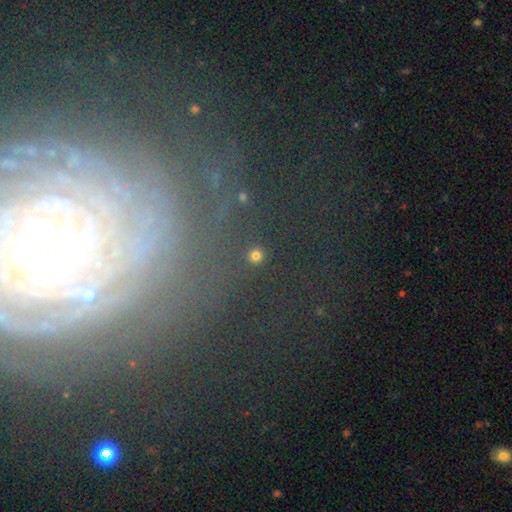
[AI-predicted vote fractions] The model was most divided on "smooth or featured": smooth: 74%, star or artifact: 22%, featured or disk: 5%. More confident: how rounded — round (94%); merging — none (89%).